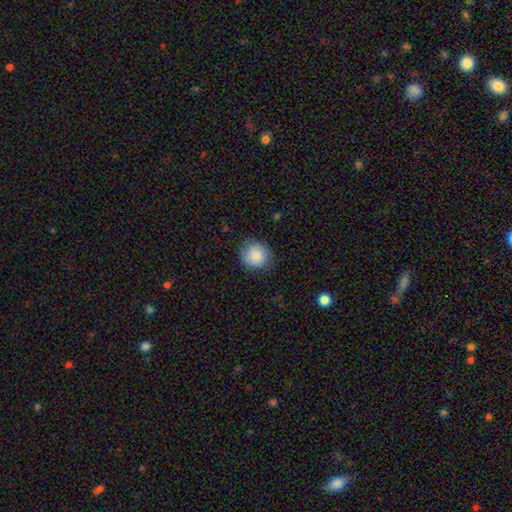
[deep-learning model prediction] smooth_or_featured: smooth (p=0.86) [alt: star or artifact p=0.08]
how_rounded: round (p=0.88) [alt: in between p=0.11]
merging: none (p=0.85) [alt: minor disturbance p=0.11]